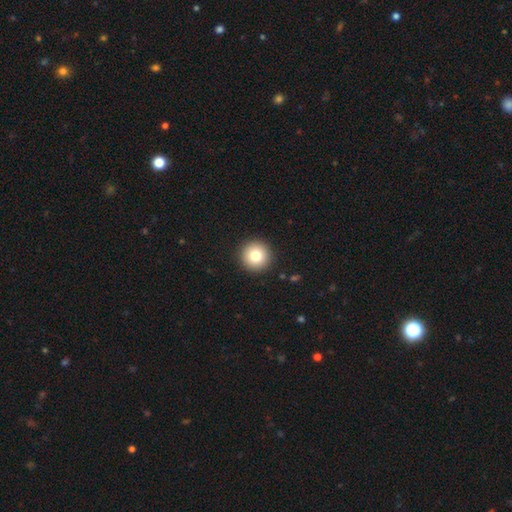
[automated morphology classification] smooth 80%, star or artifact 10%, featured or disk 10%. Down the decision tree: how rounded — round (96%); merging — none (93%).